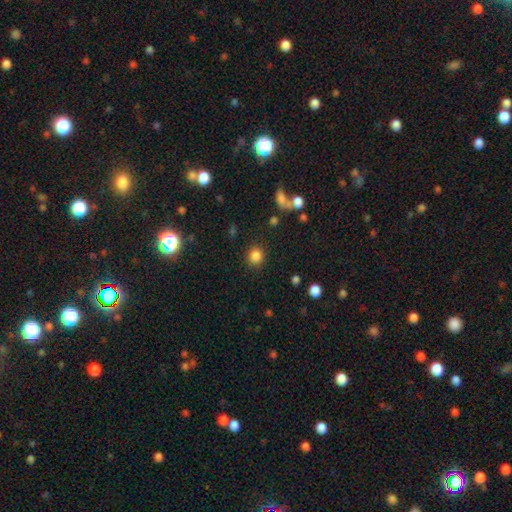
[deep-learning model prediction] This is clearly a smooth galaxy (84%). How rounded: clearly round (84%). Merging: clearly none (87%).